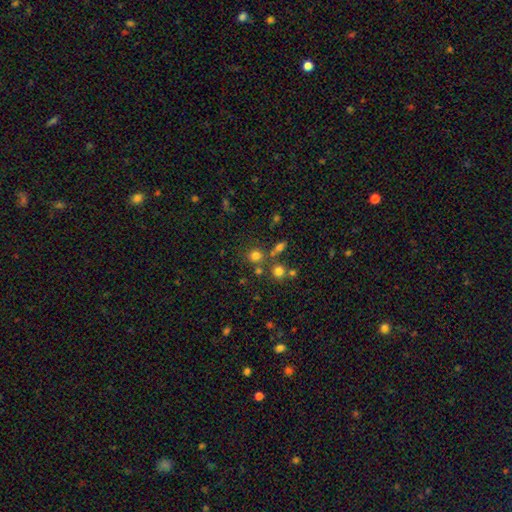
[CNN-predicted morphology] A smooth galaxy with no disk features (73%) that is round (87%). Merging: none (71%).